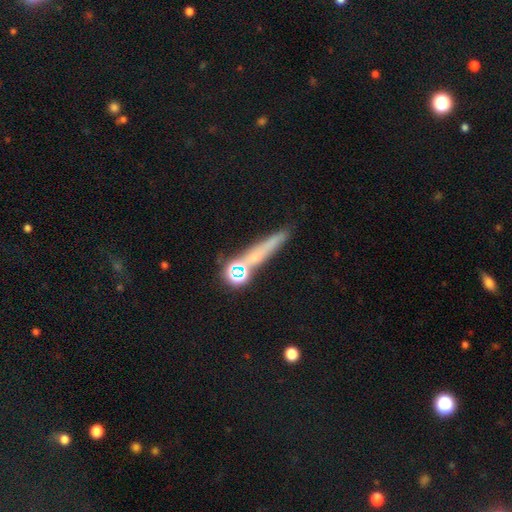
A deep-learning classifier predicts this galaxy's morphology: Smooth or featured?
  - smooth: 44% *
  - featured or disk: 35%
  - star or artifact: 21%
Merging?
  - none: 67% *
  - minor disturbance: 14%
  - merger: 13%
  - major disturbance: 7%